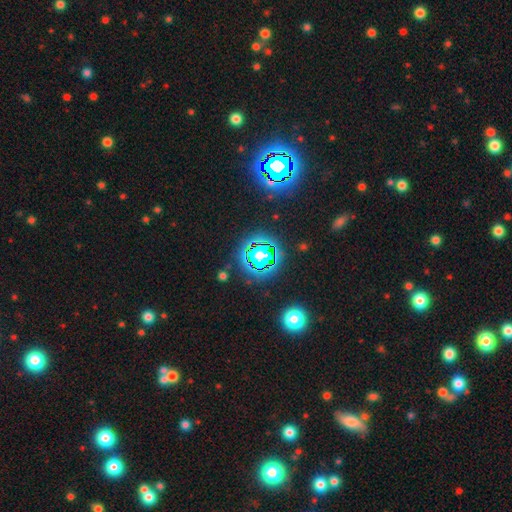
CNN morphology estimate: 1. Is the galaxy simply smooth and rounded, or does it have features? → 81% star or artifact, 12% smooth, 7% featured or disk.